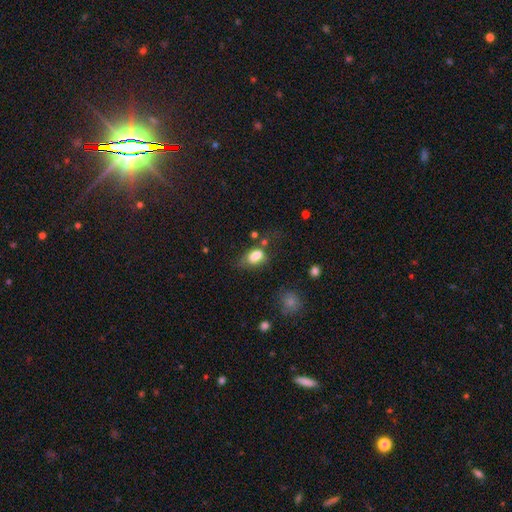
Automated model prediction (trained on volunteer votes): smooth_or_featured: smooth (p=0.78) [alt: featured or disk p=0.11]
how_rounded: in between (p=0.82) [alt: round p=0.15]
merging: none (p=0.43) [alt: minor disturbance p=0.29]